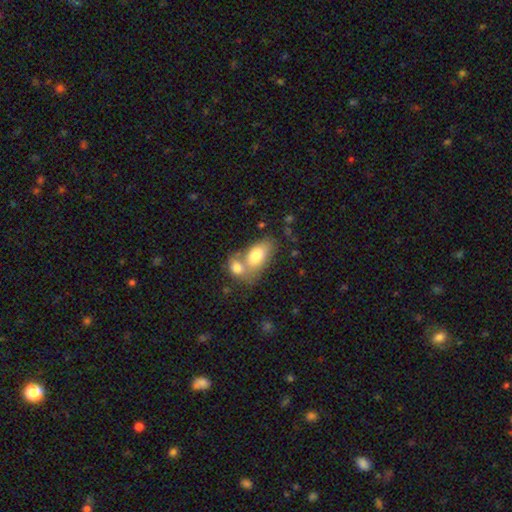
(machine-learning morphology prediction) Q: Smooth or featured?
A: smooth (77%); runner-up: featured or disk (16%)
Q: How rounded?
A: in between (91%); runner-up: round (6%)
Q: Merging?
A: merger (55%); runner-up: none (31%)